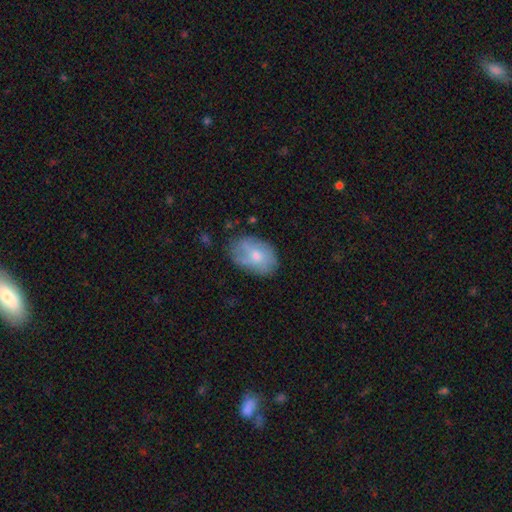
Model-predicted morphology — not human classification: Smooth or featured: smooth — 60% (featured or disk — 33%)
How rounded: in between — 83% (round — 16%)
Merging: none — 63% (minor disturbance — 26%)